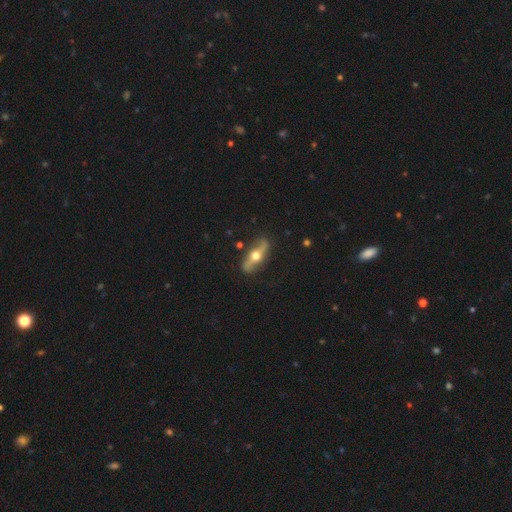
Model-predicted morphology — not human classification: smooth_or_featured: featured or disk (p=0.69) [alt: smooth p=0.25]
disk_edge_on: yes (p=0.64) [alt: no p=0.36]
merging: none (p=0.84) [alt: minor disturbance p=0.12]